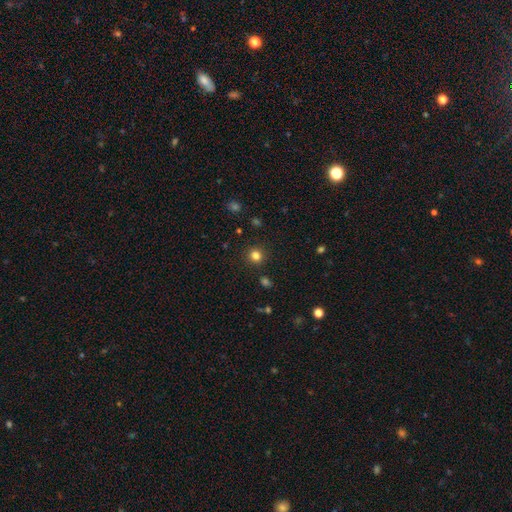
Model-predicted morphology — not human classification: Smooth or featured?
  - smooth: 81% *
  - star or artifact: 14%
  - featured or disk: 5%
How rounded?
  - round: 91% *
  - in between: 9%
  - cigar-shaped: 1%
Merging?
  - none: 90% *
  - minor disturbance: 6%
  - major disturbance: 2%
  - merger: 2%